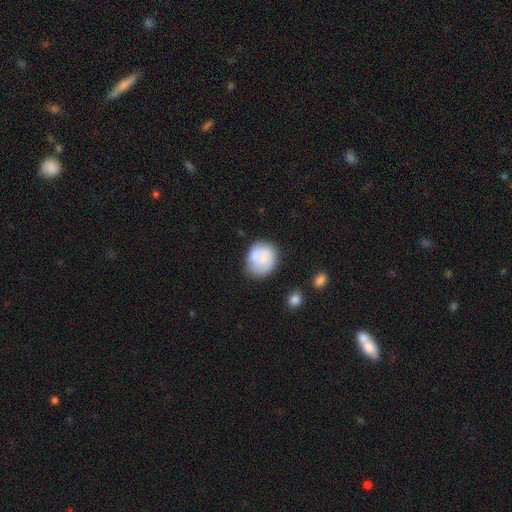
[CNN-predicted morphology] A smooth galaxy with no disk features (66%) that is round (71%).

Vote fractions:
- Smooth or featured? smooth: 66% / featured or disk: 27% / star or artifact: 7%
- How rounded? round: 71% / in between: 28% / cigar-shaped: 1%
- Merging? none: 59% / minor disturbance: 25% / major disturbance: 9% / merger: 8%